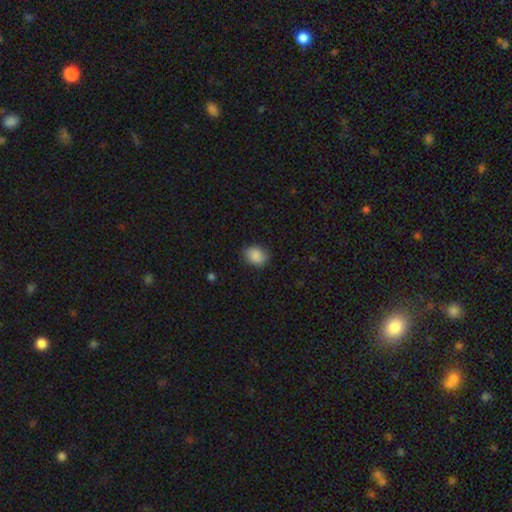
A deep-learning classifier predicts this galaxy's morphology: Smooth or featured: smooth — 87% (star or artifact — 8%)
How rounded: in between — 59% (round — 40%)
Merging: none — 82% (minor disturbance — 14%)